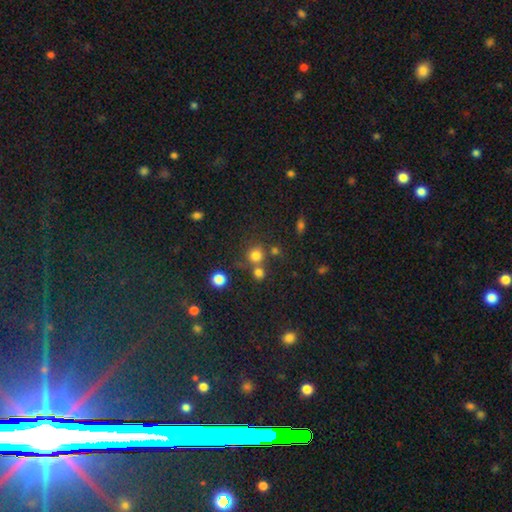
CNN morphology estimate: Q: Smooth or featured?
A: smooth (75%); runner-up: star or artifact (17%)
Q: How rounded?
A: round (87%); runner-up: in between (12%)
Q: Merging?
A: none (60%); runner-up: merger (26%)